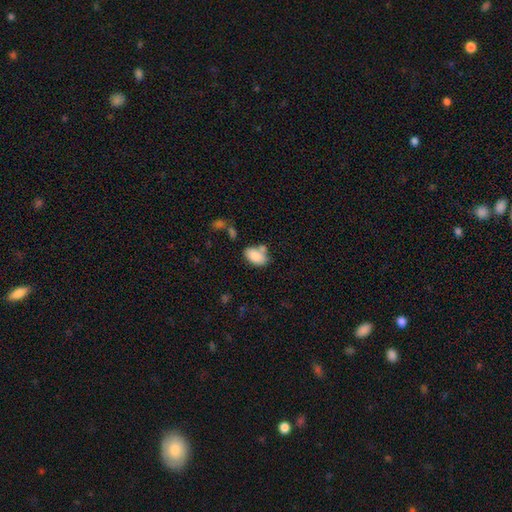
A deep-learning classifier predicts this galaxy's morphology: type=smooth (84%); roundness=in between (91%); merging=none (53%).